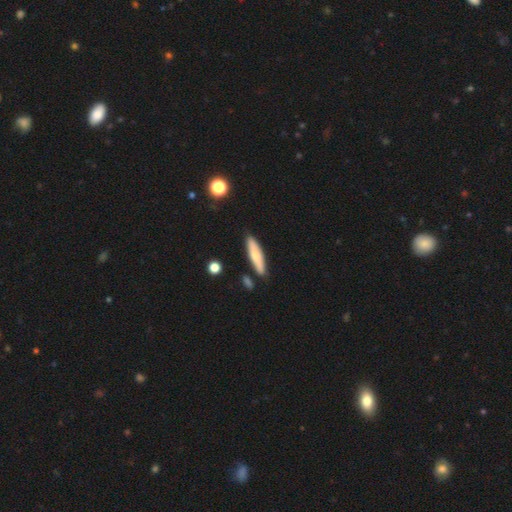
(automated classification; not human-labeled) A smooth galaxy with no disk features (64%) that is cigar-shaped (73%).

Vote fractions:
- Smooth or featured? smooth: 64% / featured or disk: 30% / star or artifact: 6%
- How rounded? cigar-shaped: 73% / in between: 25% / round: 2%
- Merging? none: 83% / minor disturbance: 11% / merger: 4% / major disturbance: 2%